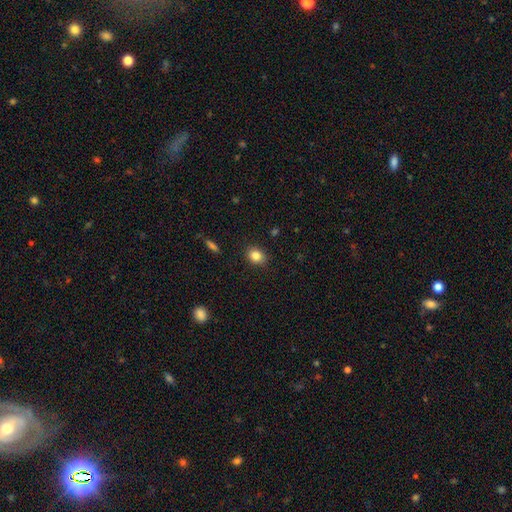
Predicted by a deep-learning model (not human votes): This appears to be a smooth galaxy with no disk features (84%) that is round (59%). Merging: none (87%).